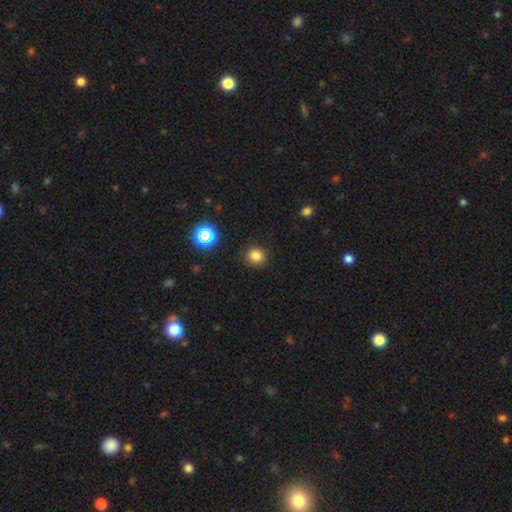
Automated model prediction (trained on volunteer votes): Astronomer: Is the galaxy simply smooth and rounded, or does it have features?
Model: smooth — 79%.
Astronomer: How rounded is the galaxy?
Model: round — 89%.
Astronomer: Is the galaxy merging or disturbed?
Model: none — 89%.